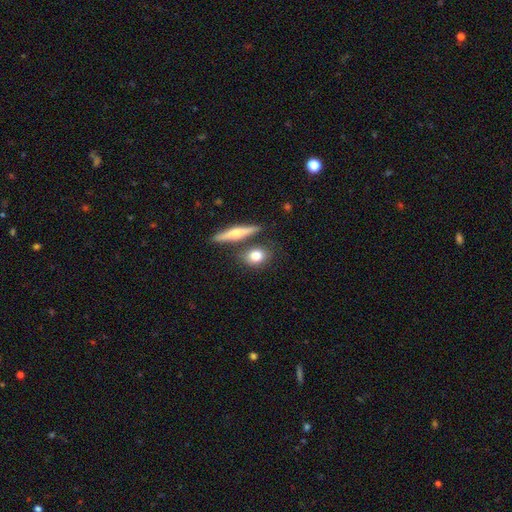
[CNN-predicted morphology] smooth_or_featured: smooth (p=0.75) [alt: featured or disk p=0.17]
how_rounded: round (p=0.53) [alt: in between p=0.38]
merging: none (p=0.71) [alt: merger p=0.14]